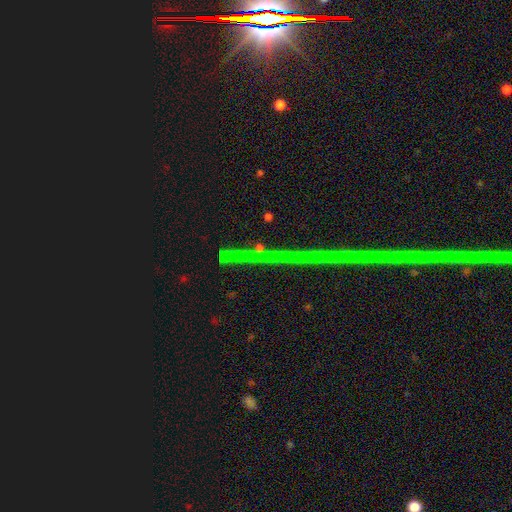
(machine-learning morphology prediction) smooth_or_featured: star or artifact (p=0.88) [alt: featured or disk p=0.07]